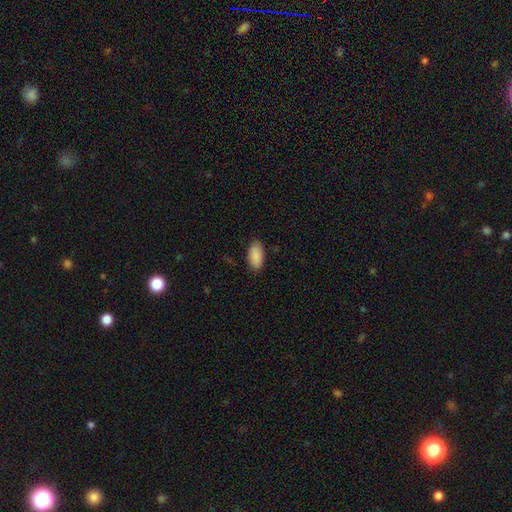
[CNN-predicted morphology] type=smooth (90%); roundness=in between (94%); merging=none (85%).